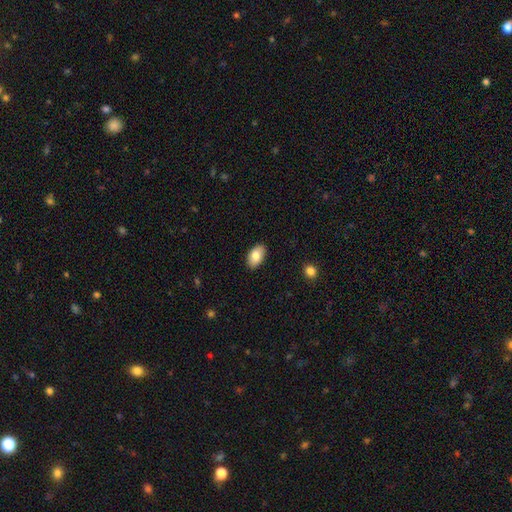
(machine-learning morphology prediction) Smooth or featured? Predicted: smooth (p=0.81). How rounded? Predicted: in between (p=0.93). Merging? Predicted: none (p=0.88).